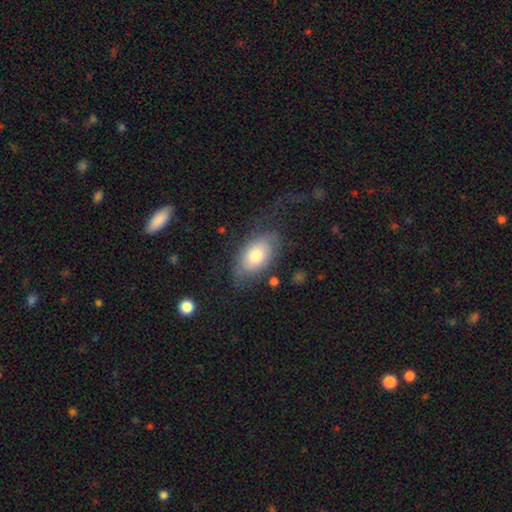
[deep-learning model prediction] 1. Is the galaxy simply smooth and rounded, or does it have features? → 67% smooth, 27% featured or disk, 7% star or artifact.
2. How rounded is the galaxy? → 92% in between, 5% round, 2% cigar-shaped.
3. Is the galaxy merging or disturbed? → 59% none, 22% minor disturbance, 16% major disturbance, 2% merger.